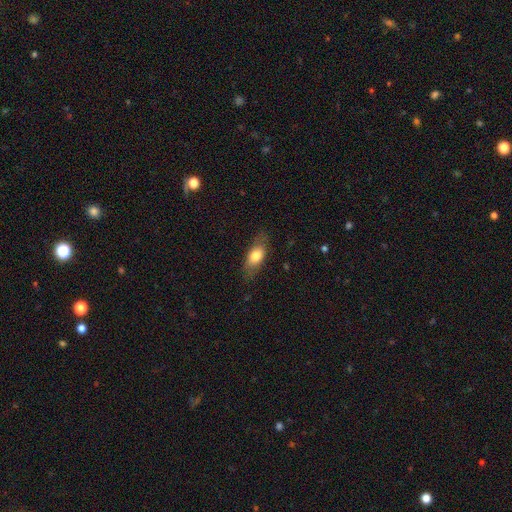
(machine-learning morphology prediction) Smooth or featured? smooth (73%)
How rounded? in between (79%)
Merging? none (77%)